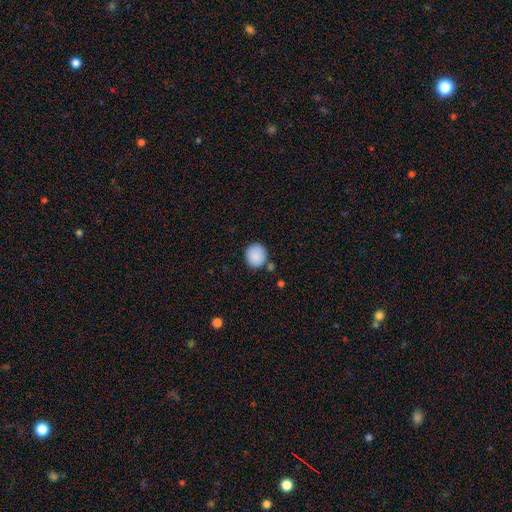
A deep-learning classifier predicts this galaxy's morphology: smooth-or-featured: smooth: 89% | star or artifact: 8% | featured or disk: 3%
  how-rounded: round: 84% | in between: 15% | cigar-shaped: 1%
  merging: none: 80% | minor disturbance: 11% | merger: 6% | major disturbance: 3%